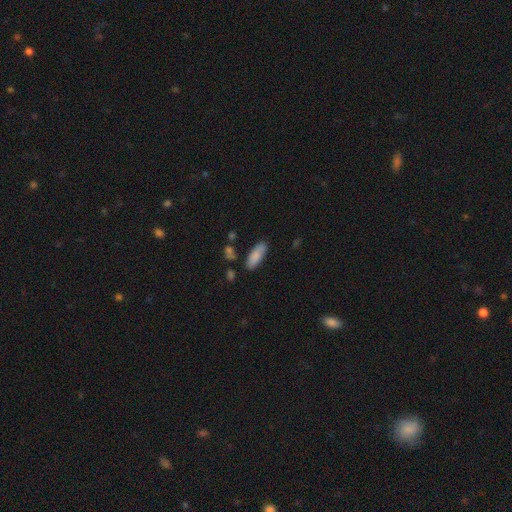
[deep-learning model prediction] smooth 85%, featured or disk 9%, star or artifact 6%. Down the decision tree: how rounded — in between (71%); merging — none (78%).